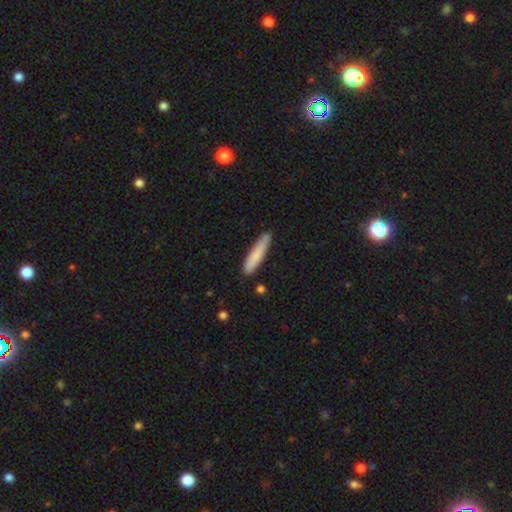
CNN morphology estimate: A smooth galaxy with no disk features (82%) that is cigar-shaped (89%).

Vote fractions:
- Smooth or featured? smooth: 82% / featured or disk: 13% / star or artifact: 6%
- How rounded? cigar-shaped: 89% / in between: 9% / round: 1%
- Merging? none: 84% / minor disturbance: 12% / merger: 2% / major disturbance: 2%